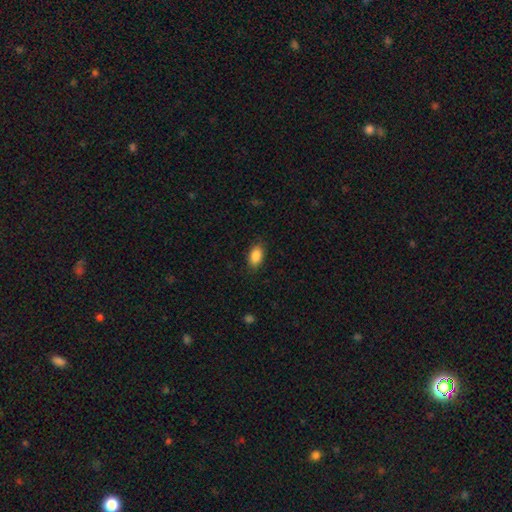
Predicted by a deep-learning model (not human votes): This appears to be a smooth galaxy with no disk features (88%) that is in between round and cigar-shaped (91%). Merging: none (86%).